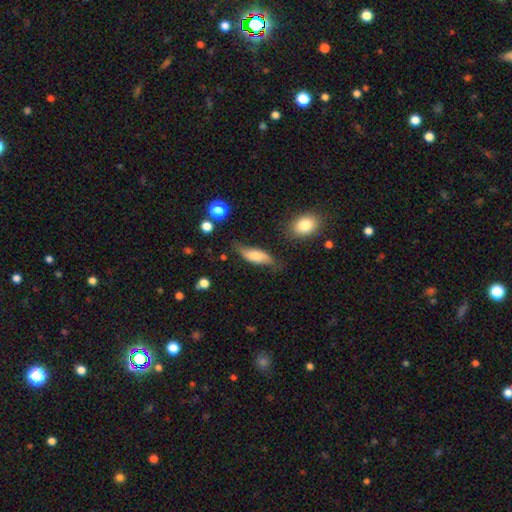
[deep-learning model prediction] Smooth or featured? Predicted: smooth (p=0.58). How rounded? Predicted: in between (p=0.71). Merging? Predicted: none (p=0.56).